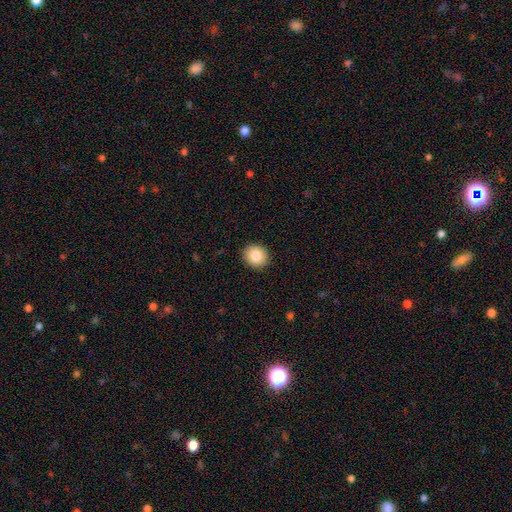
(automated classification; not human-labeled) smooth_or_featured: smooth (p=0.85) [alt: star or artifact p=0.09]
how_rounded: round (p=0.85) [alt: in between p=0.14]
merging: none (p=0.92) [alt: minor disturbance p=0.06]